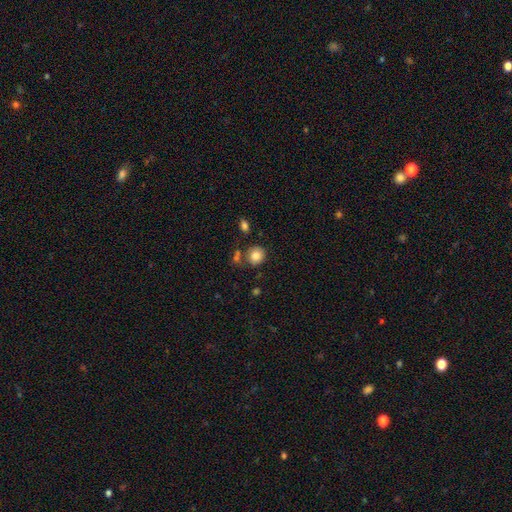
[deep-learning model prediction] Morphology: type=smooth (84%); roundness=round (78%); merging=none (72%).